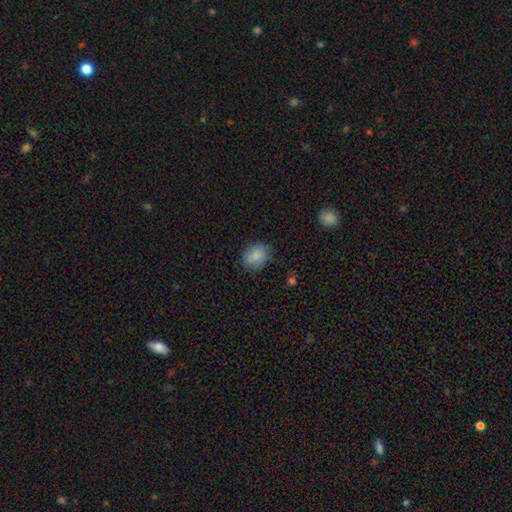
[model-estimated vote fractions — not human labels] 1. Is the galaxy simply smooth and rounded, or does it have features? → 84% smooth, 8% star or artifact, 8% featured or disk.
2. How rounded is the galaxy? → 62% in between, 36% round, 1% cigar-shaped.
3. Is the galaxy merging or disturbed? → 75% none, 19% minor disturbance, 5% major disturbance, 1% merger.